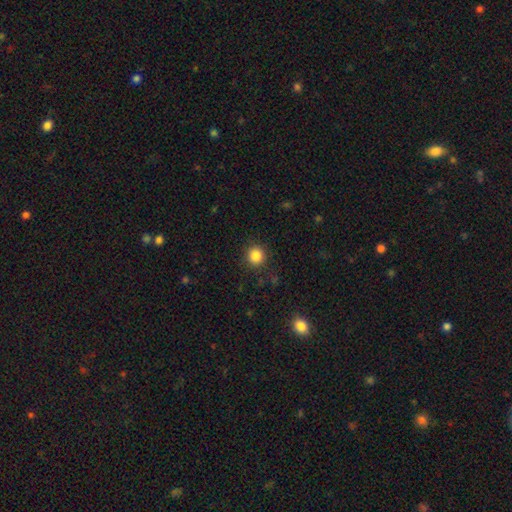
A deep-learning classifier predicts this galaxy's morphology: smooth_or_featured: smooth (p=0.85) [alt: star or artifact p=0.11]
how_rounded: round (p=0.92) [alt: in between p=0.07]
merging: none (p=0.90) [alt: minor disturbance p=0.07]